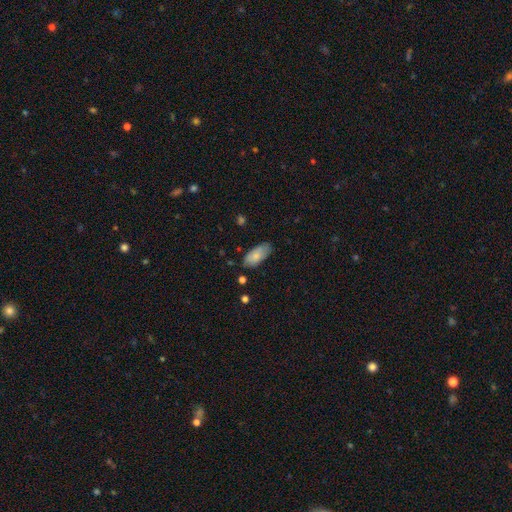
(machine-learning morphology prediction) Smooth or featured? Predicted: smooth (p=0.80). How rounded? Predicted: in between (p=0.90). Merging? Predicted: none (p=0.75).